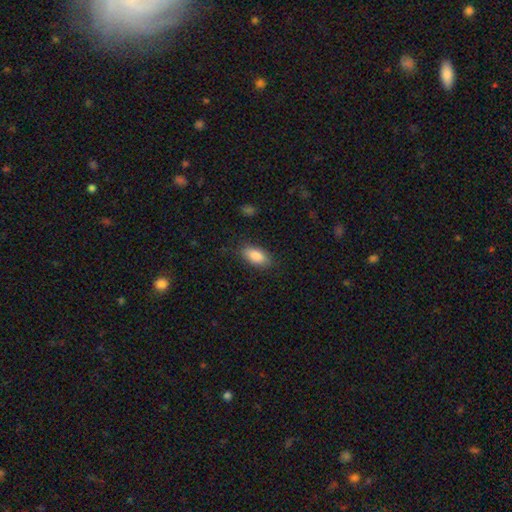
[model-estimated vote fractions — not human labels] smooth_or_featured: smooth (p=0.87) [alt: star or artifact p=0.07]
how_rounded: in between (p=0.89) [alt: cigar-shaped p=0.08]
merging: none (p=0.83) [alt: minor disturbance p=0.12]